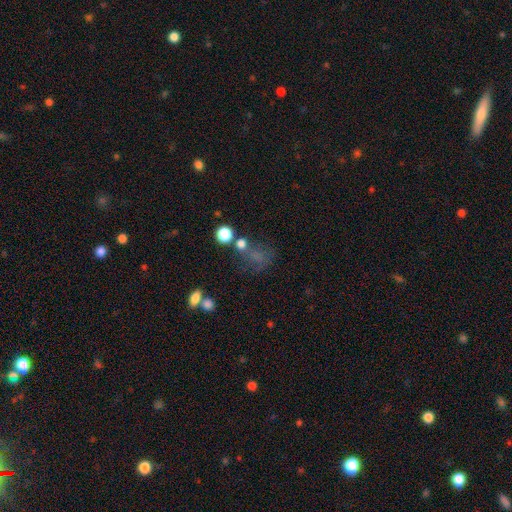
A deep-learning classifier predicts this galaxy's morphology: Overall: smooth (52%; star or artifact 29%). How rounded: round (54%; in between 43%). Merging: none (43%; major disturbance 23%).